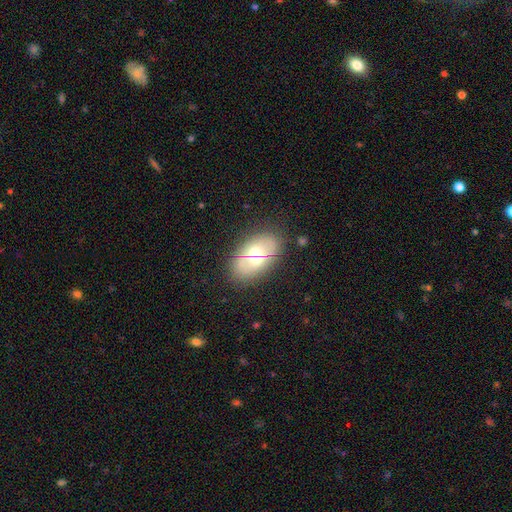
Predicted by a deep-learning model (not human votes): Morphology: type=smooth (52%); roundness=in between (88%); merging=none (70%).